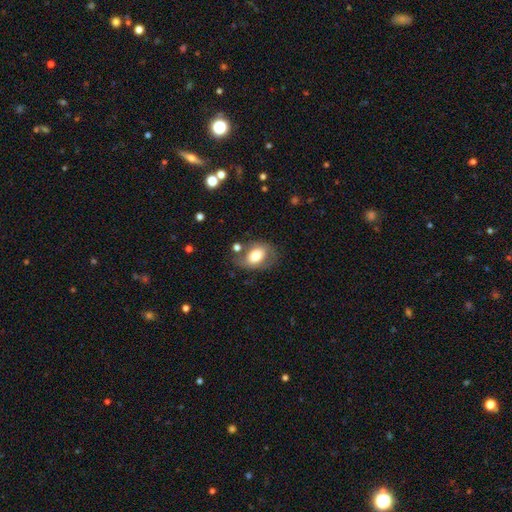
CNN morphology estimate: type=smooth (64%); roundness=in between (78%); merging=none (62%).